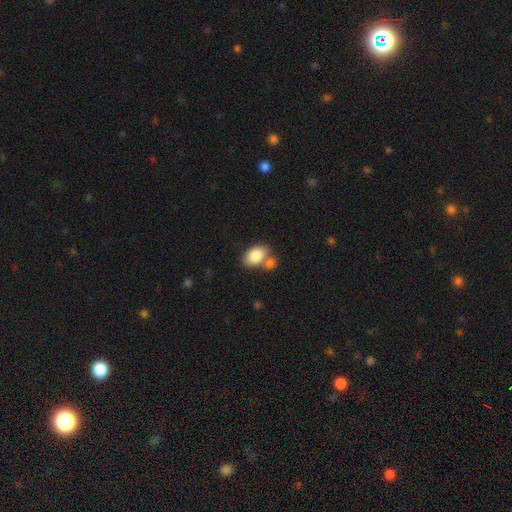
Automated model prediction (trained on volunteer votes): The model was most divided on "merging": none: 50%, merger: 32%, minor disturbance: 14%, major disturbance: 4%. More confident: how rounded — in between (85%); smooth or featured — smooth (85%).